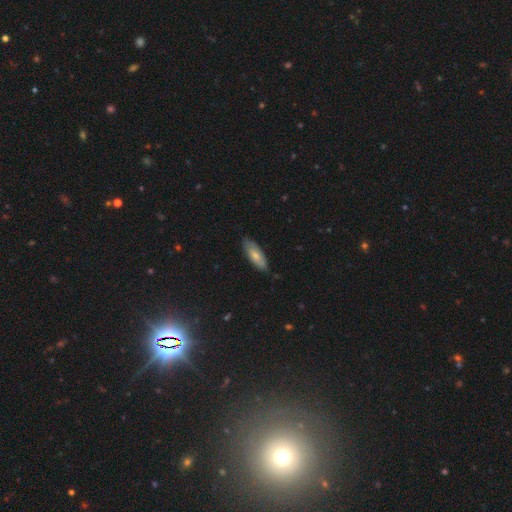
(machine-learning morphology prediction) smooth 66%, featured or disk 28%, star or artifact 6%. Down the decision tree: how rounded — in between (72%); merging — none (78%).